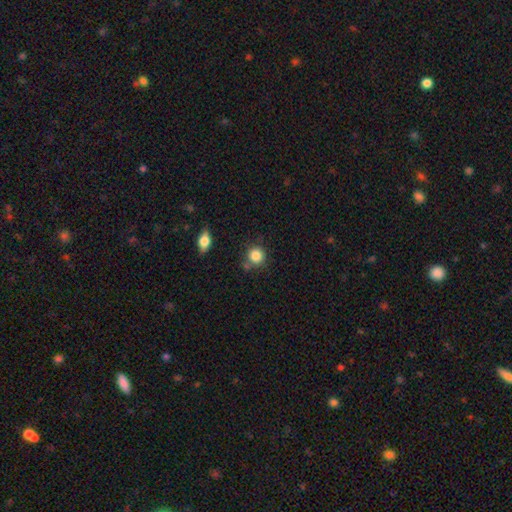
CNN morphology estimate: This appears to be a smooth galaxy with no disk features (85%) that is round (89%). Merging: none (73%).